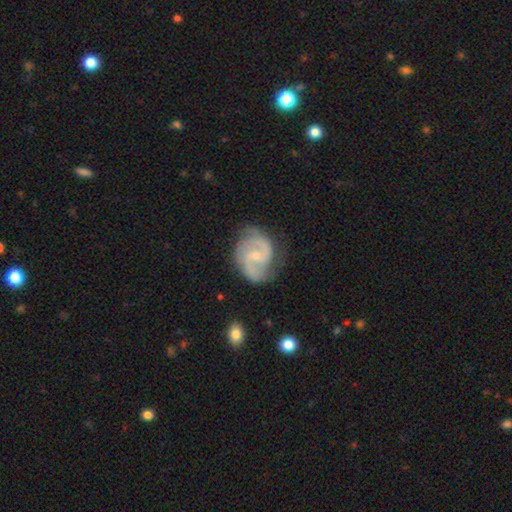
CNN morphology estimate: A featured or disk galaxy (86%) with a weak bar (50%), 2 (86%) medium (55%) spiral arms (97%) and a small central bulge (68%).

Vote fractions:
- Smooth or featured? featured or disk: 86% / smooth: 9% / star or artifact: 5%
- Edge-on disk? no: 98% / yes: 2%
- Bar? weak: 50% / no: 39% / strong: 11%
- Spiral arms? yes: 97% / no: 3%
- Spiral winding? medium: 55% / tight: 27% / loose: 18%
- Spiral arm count? 2: 86% / can't tell: 5% / 3: 4% / 1: 2% / 4: 1% / more than 4: 1%
- Bulge size? small: 68% / moderate: 26% / none: 5% / large: 1% / dominant: 1%
- Merging? none: 73% / minor disturbance: 19% / major disturbance: 6% / merger: 1%